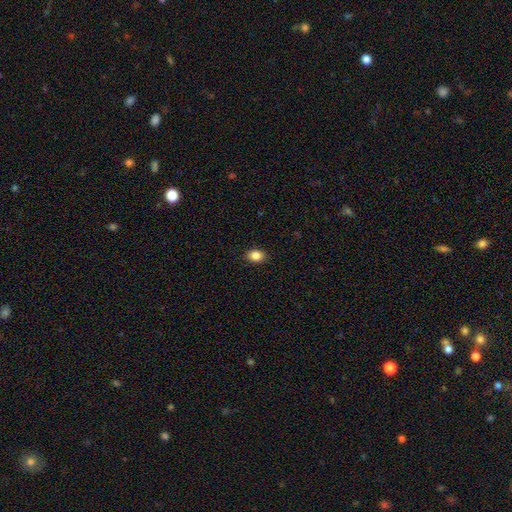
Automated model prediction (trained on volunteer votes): smooth_or_featured: smooth (p=0.86) [alt: star or artifact p=0.09]
how_rounded: in between (p=0.69) [alt: round p=0.30]
merging: none (p=0.90) [alt: minor disturbance p=0.08]